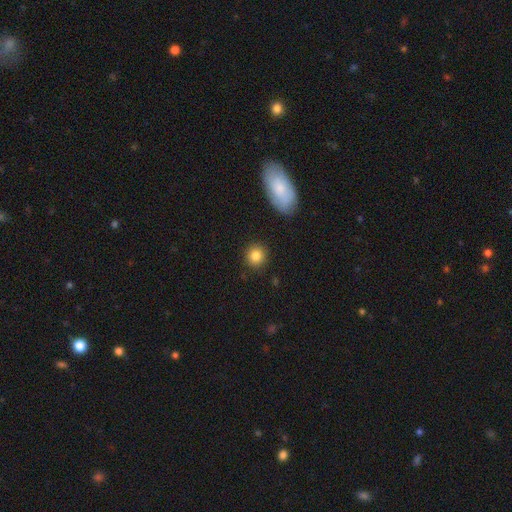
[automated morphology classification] This is clearly a smooth galaxy (85%). How rounded: clearly round (88%). Merging: clearly none (89%).